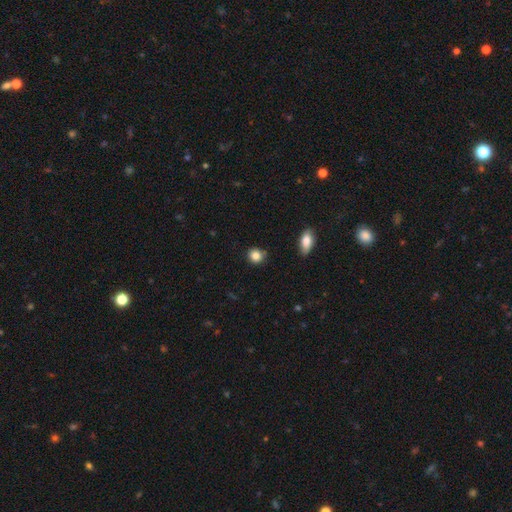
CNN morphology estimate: This is clearly a smooth galaxy (85%). How rounded: clearly round (85%). Merging: clearly none (84%).